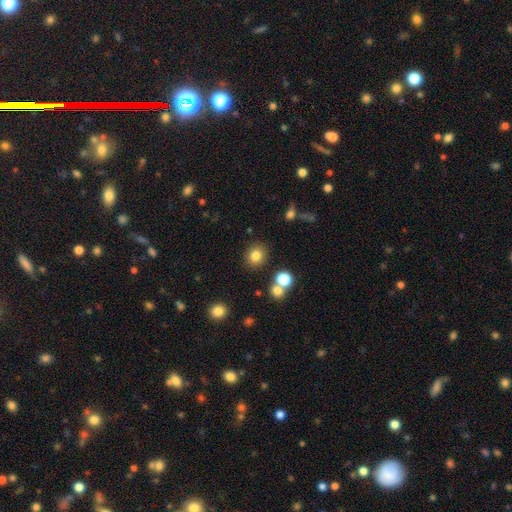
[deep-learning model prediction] The model was most divided on "how rounded": round: 77%, in between: 22%, cigar-shaped: 1%. More confident: merging — none (85%); smooth or featured — smooth (81%).